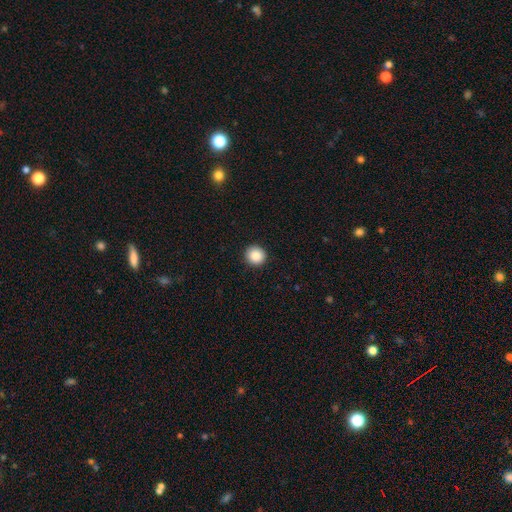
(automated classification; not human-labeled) Overall: smooth (88%). How rounded: round (94%). Merging: none (93%).